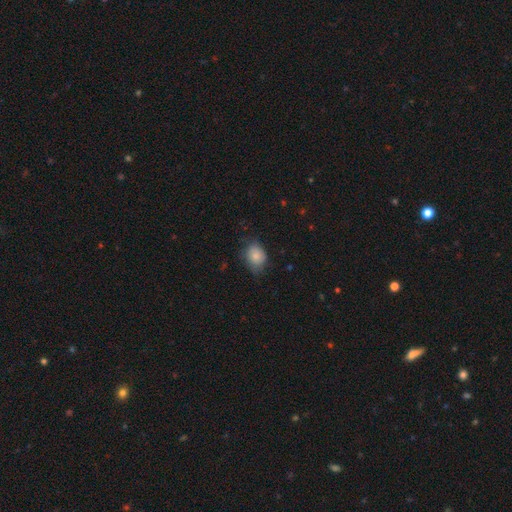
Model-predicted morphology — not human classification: Overall: smooth (83%). How rounded: in between (60%; round 39%). Merging: none (64%; minor disturbance 28%).